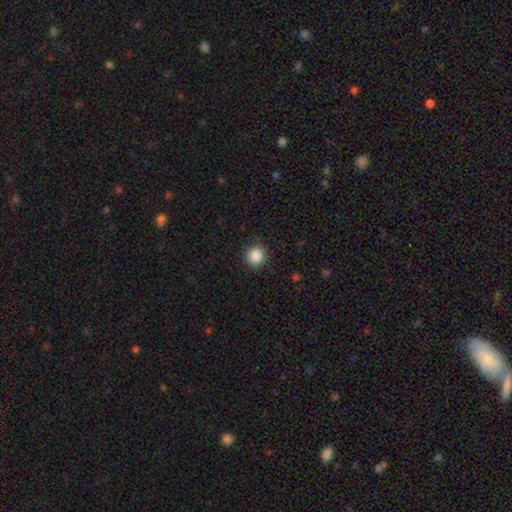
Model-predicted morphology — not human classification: This appears to be a smooth galaxy with no disk features (88%) that is round (87%). Merging: none (89%).